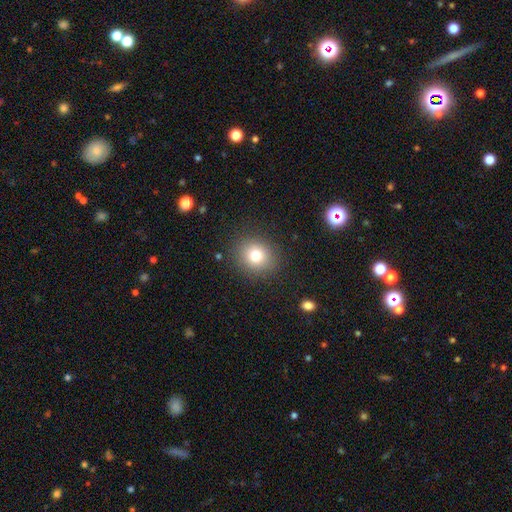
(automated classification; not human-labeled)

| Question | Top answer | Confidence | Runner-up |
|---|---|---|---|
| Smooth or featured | smooth | 76% | star or artifact (13%) |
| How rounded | round | 80% | in between (19%) |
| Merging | none | 88% | minor disturbance (8%) |